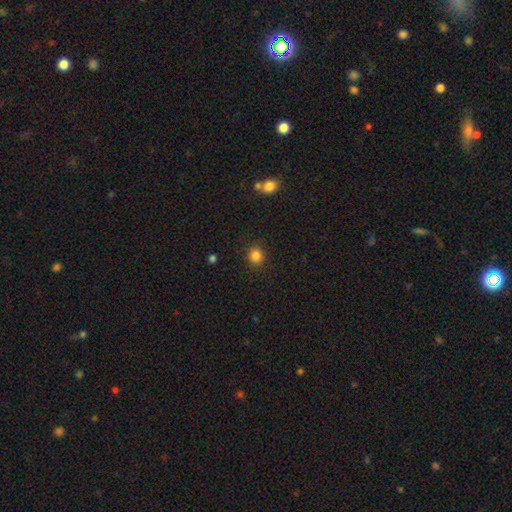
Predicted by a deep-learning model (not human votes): Smooth or featured? Predicted: smooth (p=0.84). How rounded? Predicted: round (p=0.90). Merging? Predicted: none (p=0.90).